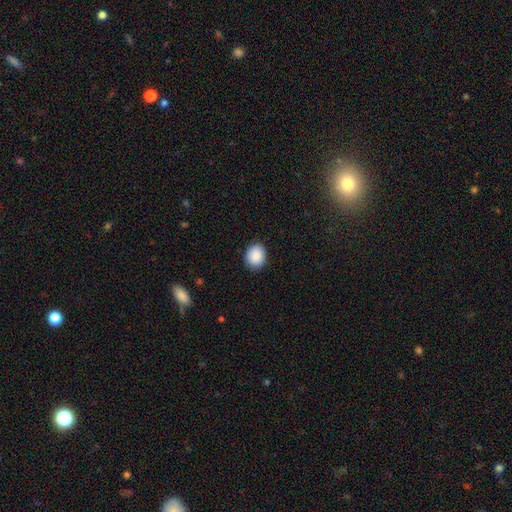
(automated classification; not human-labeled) smooth 88%, star or artifact 7%, featured or disk 4%. Down the decision tree: how rounded — round (56%); merging — none (87%).